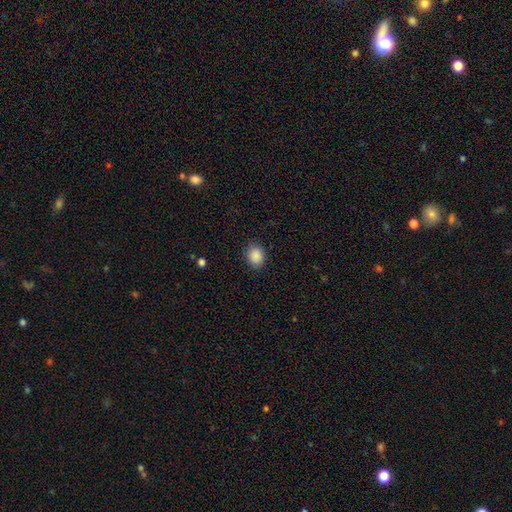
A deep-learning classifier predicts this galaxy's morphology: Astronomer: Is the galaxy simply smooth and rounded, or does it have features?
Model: smooth — 89%.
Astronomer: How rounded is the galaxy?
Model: round — 57% (runner-up: in between, 42%).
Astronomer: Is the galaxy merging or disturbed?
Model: none — 88%.